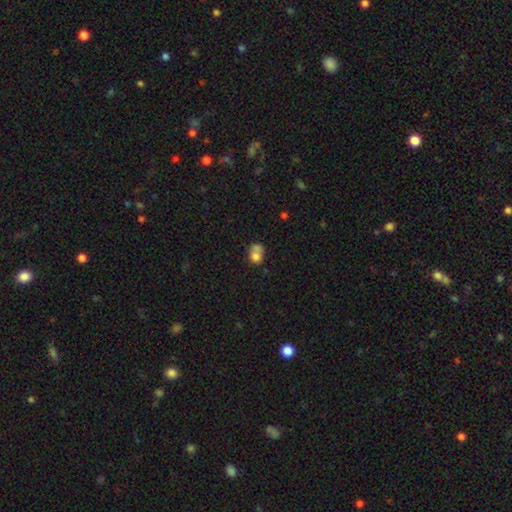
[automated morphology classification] smooth 73%, featured or disk 16%, star or artifact 11%. Down the decision tree: how rounded — round (51%); merging — merger (42%).